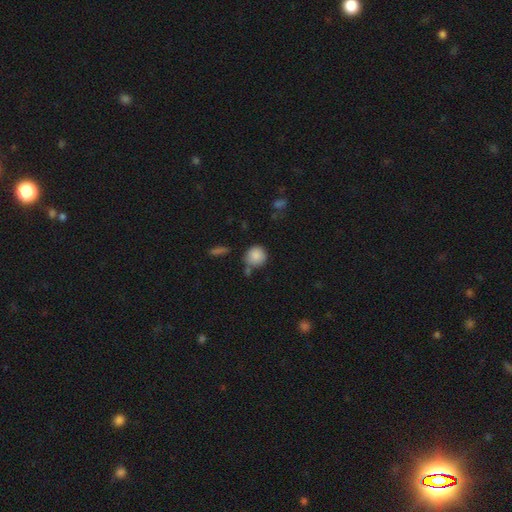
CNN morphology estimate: smooth_or_featured: smooth (p=0.87) [alt: star or artifact p=0.08]
how_rounded: round (p=0.89) [alt: in between p=0.10]
merging: none (p=0.68) [alt: minor disturbance p=0.16]